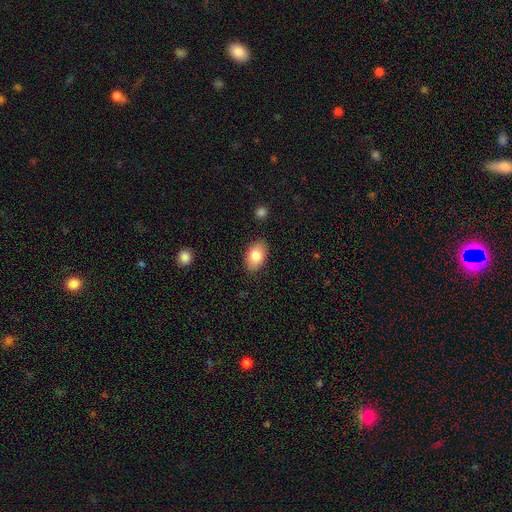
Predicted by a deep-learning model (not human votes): smooth 82%, featured or disk 11%, star or artifact 7%. Down the decision tree: how rounded — in between (90%); merging — none (85%).